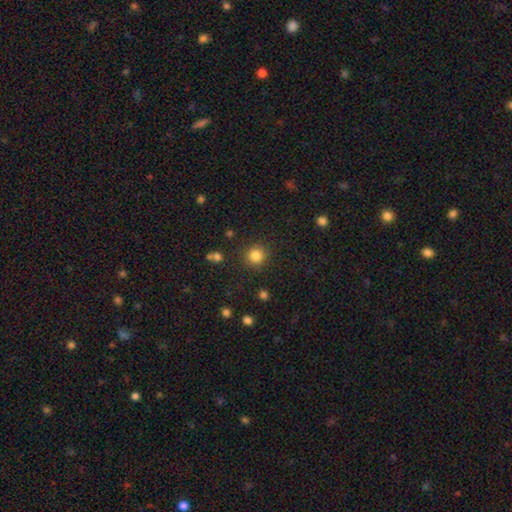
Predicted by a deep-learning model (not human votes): Q: Smooth or featured?
A: smooth (84%); runner-up: star or artifact (12%)
Q: How rounded?
A: round (93%); runner-up: in between (6%)
Q: Merging?
A: none (88%); runner-up: minor disturbance (7%)